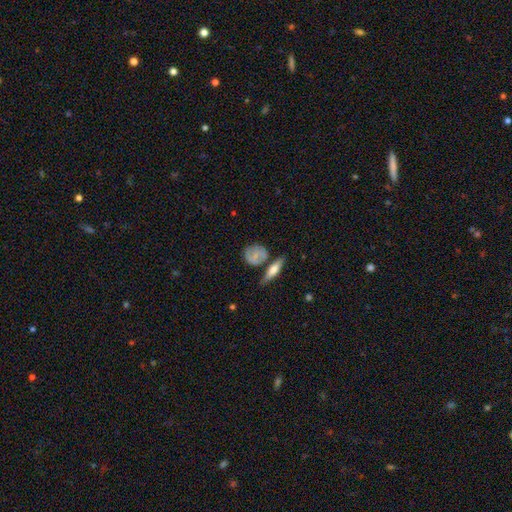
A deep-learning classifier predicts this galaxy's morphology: The model was most divided on "smooth or featured": smooth: 57%, featured or disk: 36%, star or artifact: 7%. More confident: how rounded — round (62%); merging — none (58%).